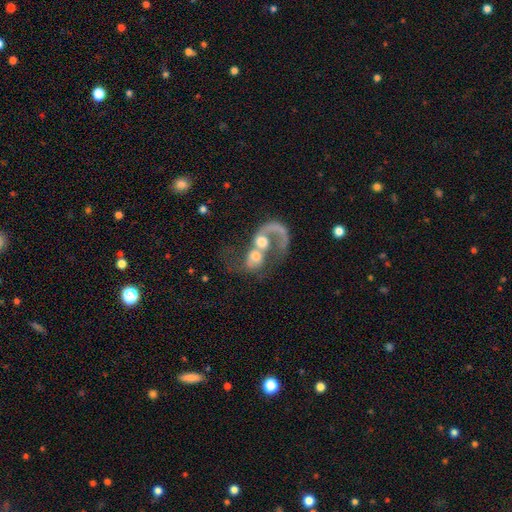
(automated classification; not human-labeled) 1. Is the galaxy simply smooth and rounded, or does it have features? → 70% featured or disk, 22% smooth, 8% star or artifact.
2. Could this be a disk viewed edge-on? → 97% no, 3% yes.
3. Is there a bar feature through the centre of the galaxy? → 70% no, 23% weak, 7% strong.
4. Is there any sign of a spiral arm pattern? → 76% yes, 24% no.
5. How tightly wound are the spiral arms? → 61% loose, 27% medium, 12% tight.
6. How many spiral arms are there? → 75% 1, 14% 2, 8% can't tell, 2% 3, 1% 4, 1% more than 4.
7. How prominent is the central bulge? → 56% moderate, 18% large, 17% small, 6% none, 4% dominant.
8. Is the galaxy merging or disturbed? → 75% merger, 13% major disturbance, 9% none, 4% minor disturbance.